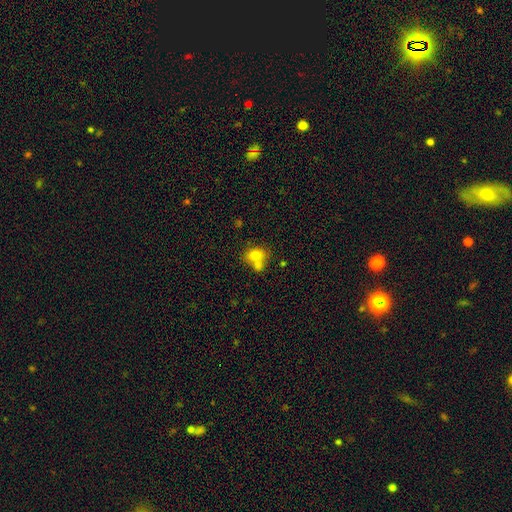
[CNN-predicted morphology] Smooth or featured: smooth — 78% (featured or disk — 12%)
How rounded: in between — 63% (round — 36%)
Merging: merger — 44% (none — 40%)